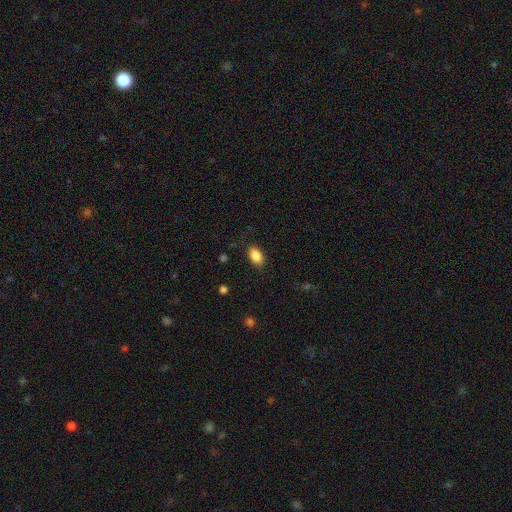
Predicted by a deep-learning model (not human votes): Overall: smooth (88%). How rounded: in between (91%). Merging: none (85%).